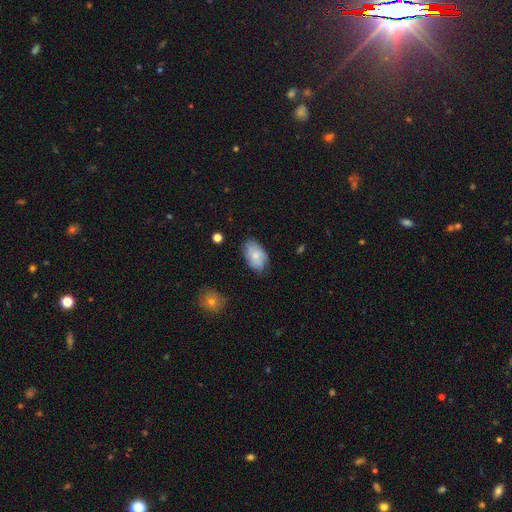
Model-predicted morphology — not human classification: Smooth or featured: smooth — 72% (featured or disk — 21%)
How rounded: in between — 92% (round — 6%)
Merging: none — 69% (minor disturbance — 24%)